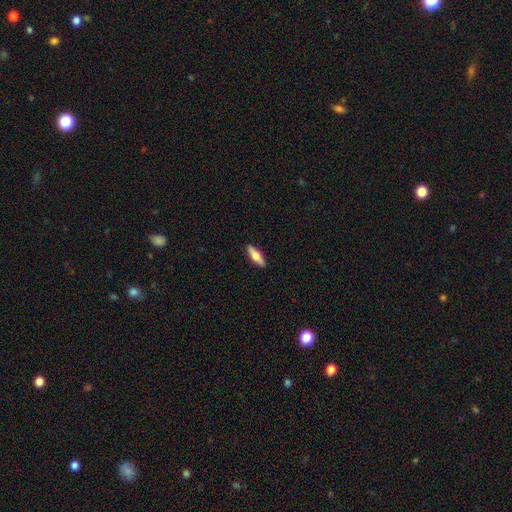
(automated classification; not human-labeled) A smooth galaxy with no disk features (64%) that is cigar-shaped (53%). Merging: none (90%).